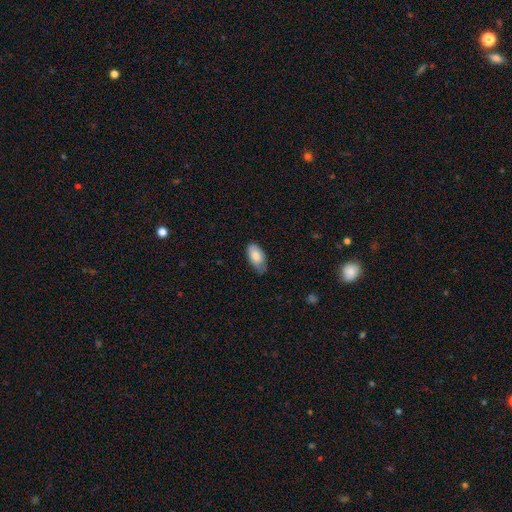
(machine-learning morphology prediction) This is likely a smooth galaxy (79%). How rounded: clearly in between (94%). Merging: likely none (65%).